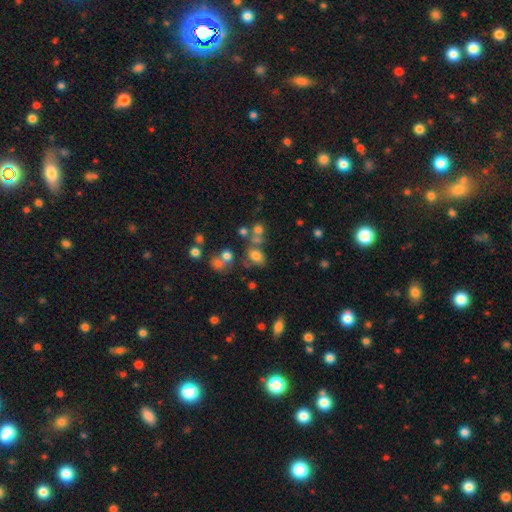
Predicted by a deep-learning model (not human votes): Q: Smooth or featured?
A: smooth (70%); runner-up: star or artifact (17%)
Q: How rounded?
A: in between (66%); runner-up: round (33%)
Q: Merging?
A: none (52%); runner-up: merger (25%)